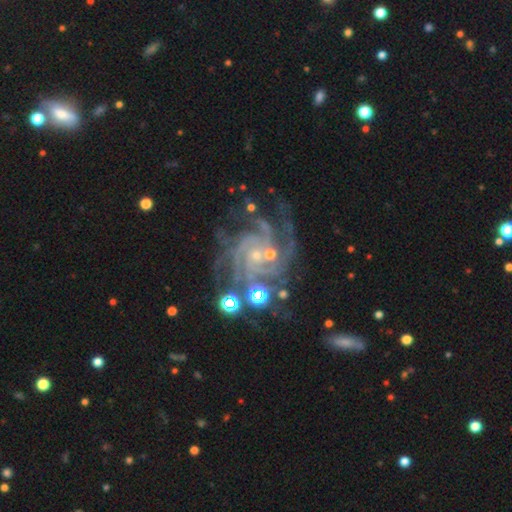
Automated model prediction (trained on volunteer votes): Smooth or featured: featured or disk — 90% (star or artifact — 7%)
Edge-on disk: no — 98% (yes — 2%)
Bar: no — 70% (weak — 22%)
Spiral arms: yes — 98% (no — 2%)
Spiral winding: tight — 64% (medium — 32%)
Spiral arm count: 4 — 34% (more than 4 — 27%)
Bulge size: small — 77% (moderate — 15%)
Merging: none — 63% (minor disturbance — 19%)